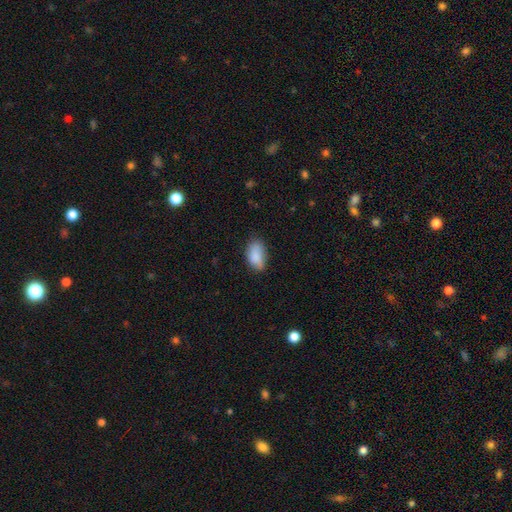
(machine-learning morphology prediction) Q: Smooth or featured?
A: smooth (87%); runner-up: star or artifact (7%)
Q: How rounded?
A: in between (92%); runner-up: round (5%)
Q: Merging?
A: none (65%); runner-up: minor disturbance (28%)